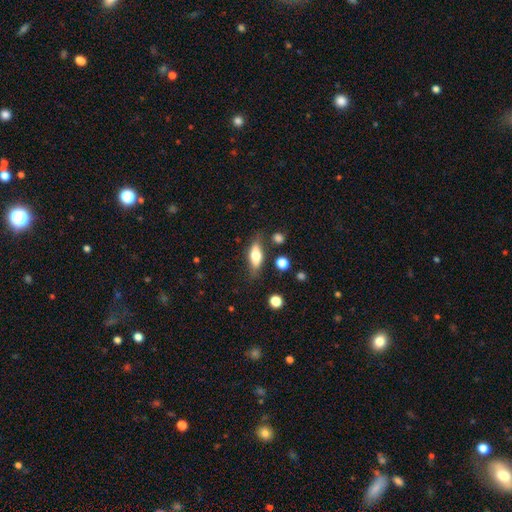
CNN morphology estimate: This is likely a smooth galaxy (63%). How rounded: likely in between (73%). Merging: likely none (71%).